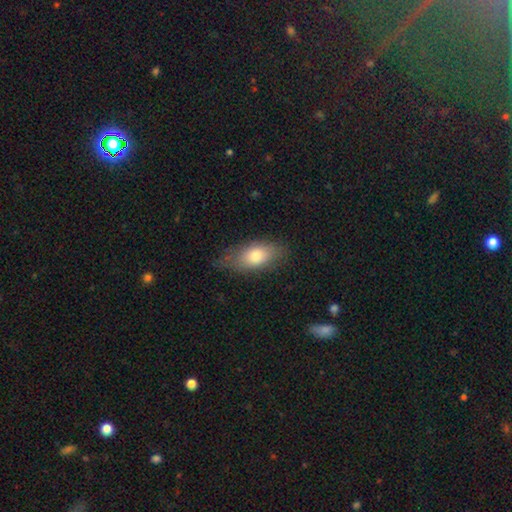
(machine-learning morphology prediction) Smooth or featured?
  - smooth: 76% *
  - featured or disk: 17%
  - star or artifact: 7%
How rounded?
  - in between: 85% *
  - cigar-shaped: 9%
  - round: 6%
Merging?
  - none: 68% *
  - minor disturbance: 23%
  - major disturbance: 7%
  - merger: 1%